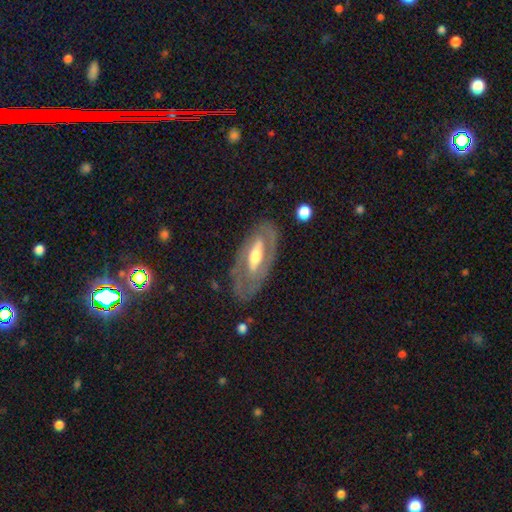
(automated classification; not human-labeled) featured or disk 72%, smooth 23%, star or artifact 5%. Down the decision tree: edge-on disk — no (84%); bar — no (36%, tied with strong); spiral arms — no (51%); bulge size — moderate (66%); merging — none (72%).